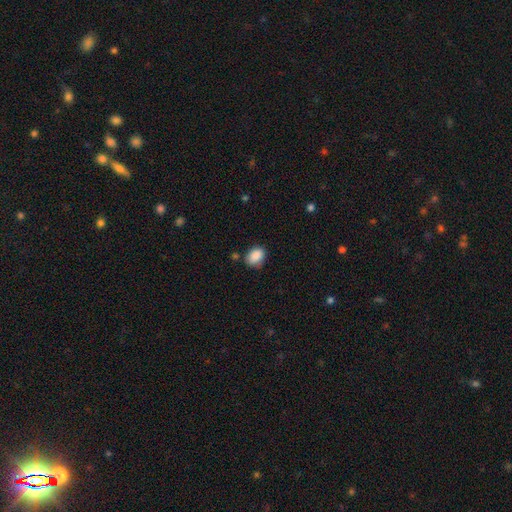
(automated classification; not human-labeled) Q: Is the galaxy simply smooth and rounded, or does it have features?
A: smooth — 89%.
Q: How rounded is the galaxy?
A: in between — 72%.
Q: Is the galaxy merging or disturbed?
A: none — 73%.